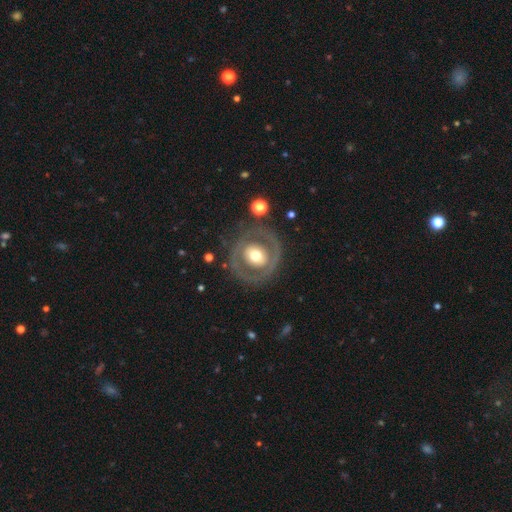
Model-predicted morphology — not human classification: smooth-or-featured: featured or disk: 60% | smooth: 35% | star or artifact: 6%
  disk-edge-on: no: 96% | yes: 4%
    bar: no: 71% | weak: 19% | strong: 10%
    has-spiral-arms: no: 76% | yes: 24%
    bulge-size: moderate: 61% | large: 28% | small: 8% | dominant: 2% | none: 1%
  merging: none: 76% | minor disturbance: 13% | major disturbance: 9% | merger: 2%